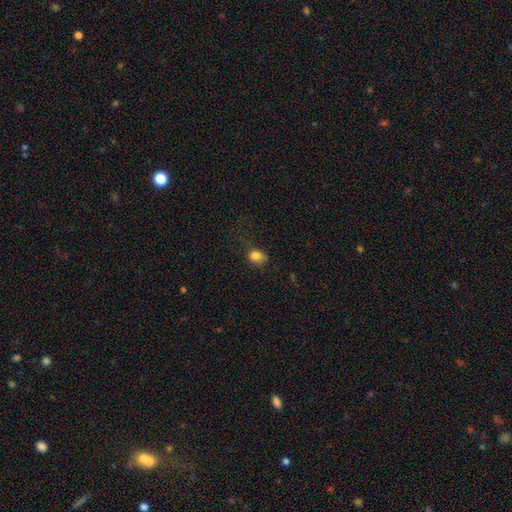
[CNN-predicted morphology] A smooth galaxy with no disk features (82%) that is round (50%). Merging: none (59%).